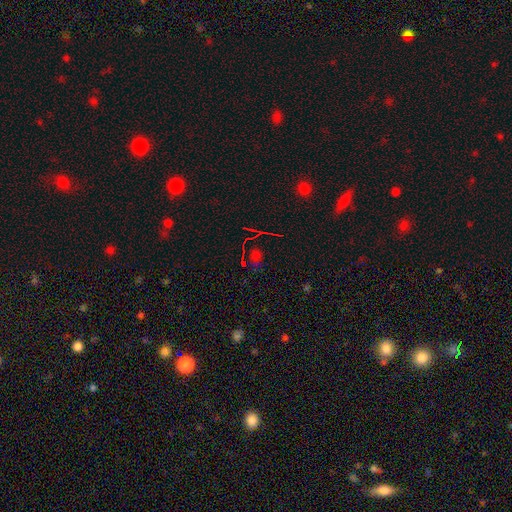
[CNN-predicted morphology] The model was most divided on "smooth or featured": star or artifact: 55%, smooth: 34%, featured or disk: 10%.